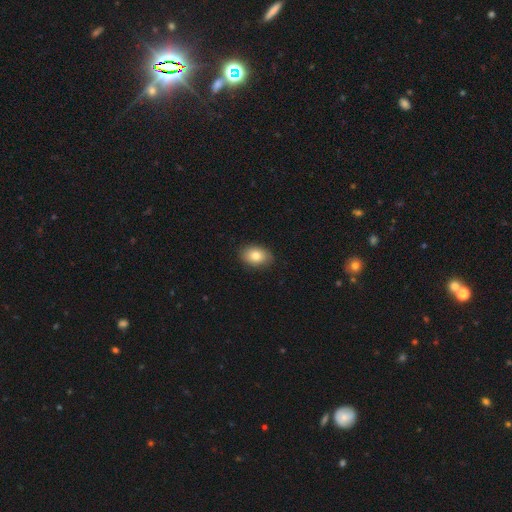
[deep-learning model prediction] This appears to be a smooth galaxy with no disk features (81%) that is in between round and cigar-shaped (80%). Merging: none (87%).